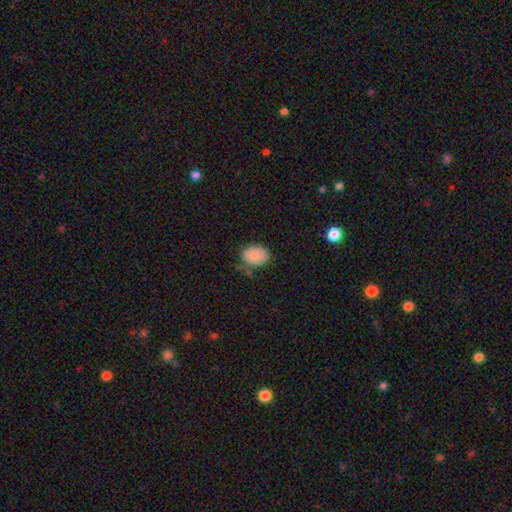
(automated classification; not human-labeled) This is clearly a smooth galaxy (84%). How rounded: likely in between (69%). Merging: likely none (62%).